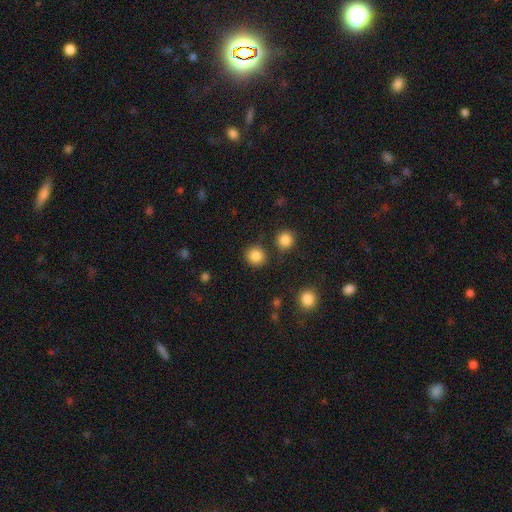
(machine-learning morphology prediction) Smooth or featured?
  - smooth: 86% *
  - star or artifact: 10%
  - featured or disk: 4%
How rounded?
  - round: 89% *
  - in between: 10%
  - cigar-shaped: 1%
Merging?
  - none: 83% *
  - minor disturbance: 8%
  - merger: 6%
  - major disturbance: 3%